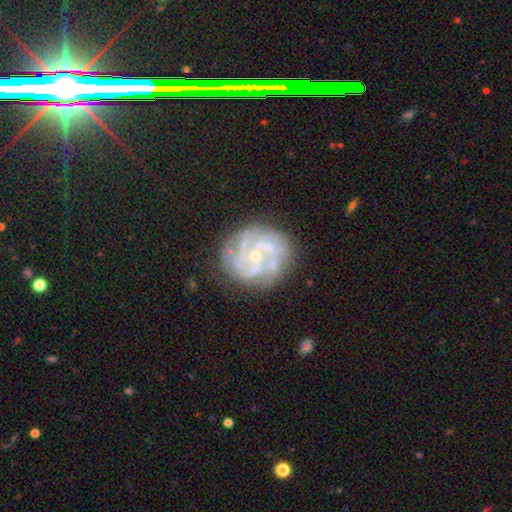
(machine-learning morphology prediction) A featured or disk galaxy (85%) with no bar (66%), 3 (27%) tight (64%) spiral arms (96%) and a small central bulge (75%).

Vote fractions:
- Smooth or featured? featured or disk: 85% / star or artifact: 8% / smooth: 7%
- Edge-on disk? no: 98% / yes: 2%
- Bar? no: 66% / weak: 27% / strong: 7%
- Spiral arms? yes: 96% / no: 4%
- Spiral winding? tight: 64% / medium: 30% / loose: 6%
- Spiral arm count? 3: 27% / 4: 23% / can't tell: 21% / 2: 16% / more than 4: 8% / 1: 6%
- Bulge size? small: 75% / moderate: 19% / none: 4% / large: 1% / dominant: 1%
- Merging? none: 75% / minor disturbance: 16% / major disturbance: 7% / merger: 2%